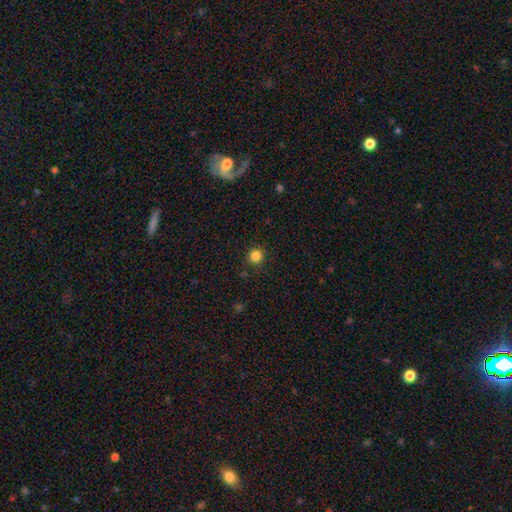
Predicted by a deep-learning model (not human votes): smooth-or-featured: smooth: 84% | star or artifact: 12% | featured or disk: 4%
  how-rounded: round: 94% | in between: 5% | cigar-shaped: 1%
  merging: none: 90% | minor disturbance: 6% | major disturbance: 2% | merger: 1%